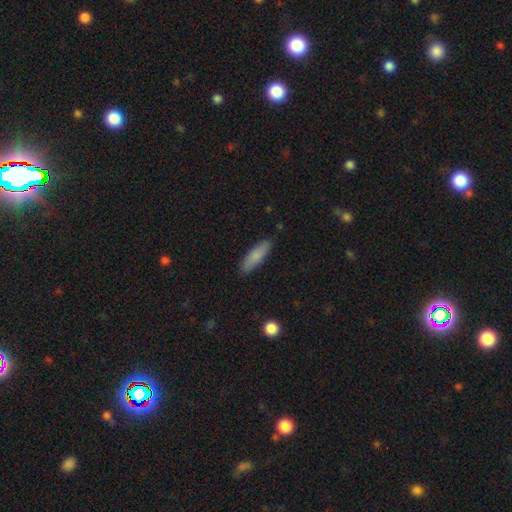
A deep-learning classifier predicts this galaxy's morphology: smooth_or_featured: smooth (p=0.83) [alt: featured or disk p=0.12]
how_rounded: cigar-shaped (p=0.56) [alt: in between p=0.43]
merging: none (p=0.86) [alt: minor disturbance p=0.11]